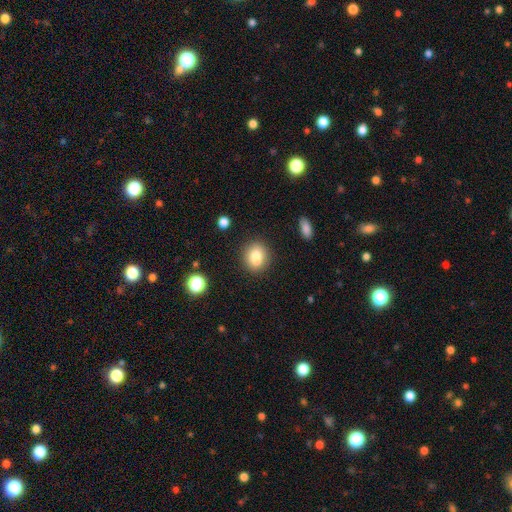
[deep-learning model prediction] This appears to be a smooth galaxy with no disk features (79%) that is round (70%). Merging: none (75%).